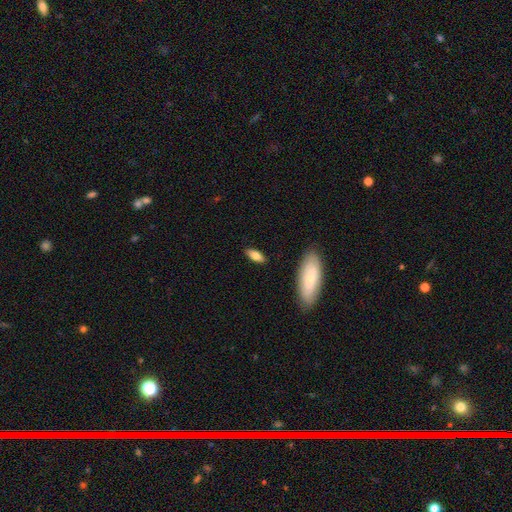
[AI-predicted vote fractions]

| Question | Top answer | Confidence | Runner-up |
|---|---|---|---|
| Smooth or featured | smooth | 77% | featured or disk (16%) |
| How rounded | in between | 75% | cigar-shaped (22%) |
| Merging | none | 85% | minor disturbance (11%) |